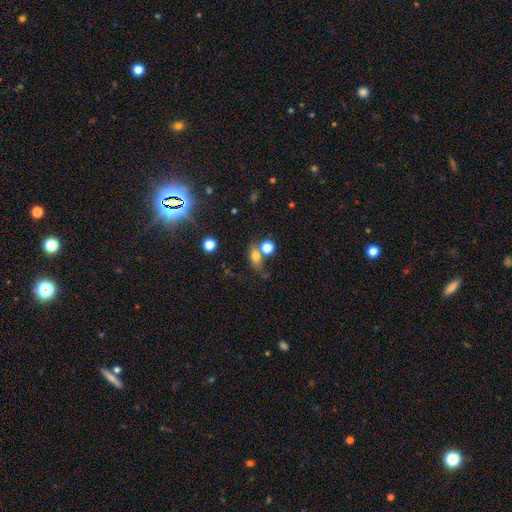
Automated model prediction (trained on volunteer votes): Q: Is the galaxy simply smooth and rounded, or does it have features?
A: smooth — 74%.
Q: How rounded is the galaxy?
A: in between — 65%.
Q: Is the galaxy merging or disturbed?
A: none — 55%.